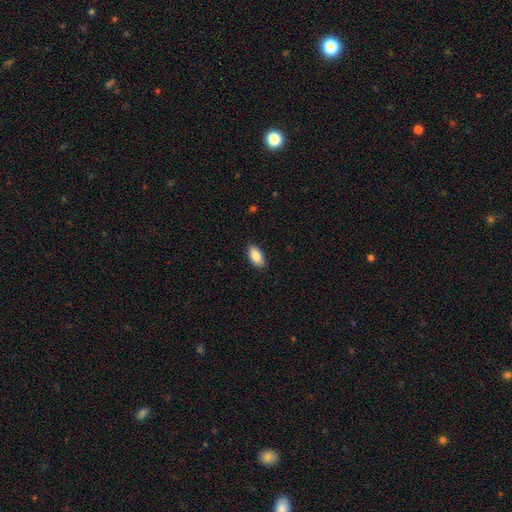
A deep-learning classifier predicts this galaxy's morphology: smooth 87%, star or artifact 6%, featured or disk 6%. Down the decision tree: how rounded — in between (91%); merging — none (88%).